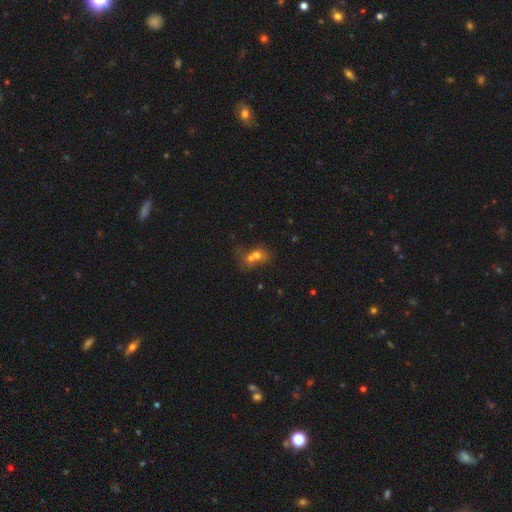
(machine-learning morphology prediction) A smooth galaxy with no disk features (62%) that is round (60%).

Vote fractions:
- Smooth or featured? smooth: 62% / featured or disk: 23% / star or artifact: 16%
- How rounded? round: 60% / in between: 39% / cigar-shaped: 2%
- Merging? merger: 68% / none: 21% / minor disturbance: 6% / major disturbance: 5%